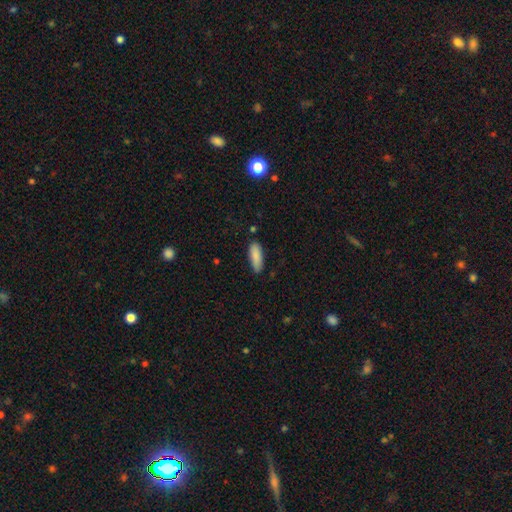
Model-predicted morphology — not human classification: Smooth or featured?
  - smooth: 87% *
  - featured or disk: 7%
  - star or artifact: 6%
How rounded?
  - in between: 60% *
  - cigar-shaped: 38%
  - round: 2%
Merging?
  - none: 81% *
  - minor disturbance: 14%
  - major disturbance: 2%
  - merger: 2%